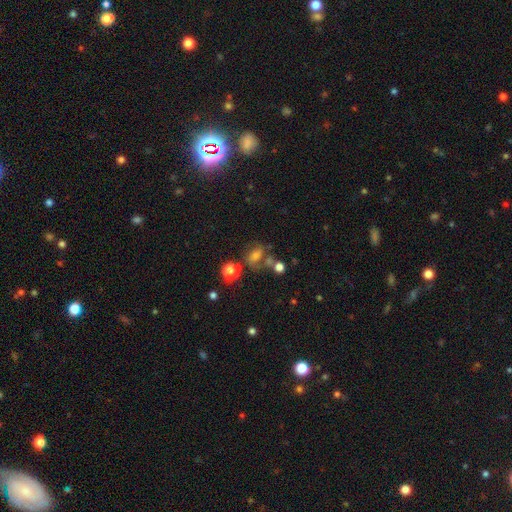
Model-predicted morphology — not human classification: A smooth galaxy with no disk features (53%) that is in between round and cigar-shaped (66%). Merging: none (44%).